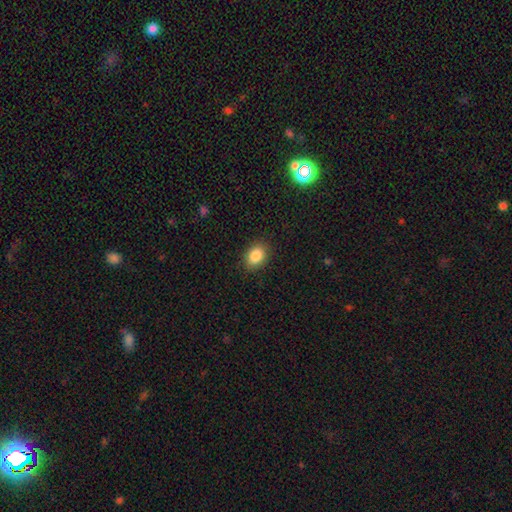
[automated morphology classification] Overall: smooth (86%). How rounded: in between (67%; round 32%). Merging: none (88%).